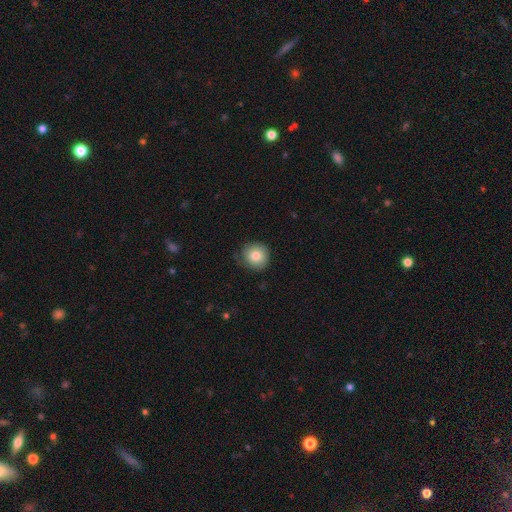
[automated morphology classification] type=smooth (81%); roundness=round (92%); merging=none (76%).